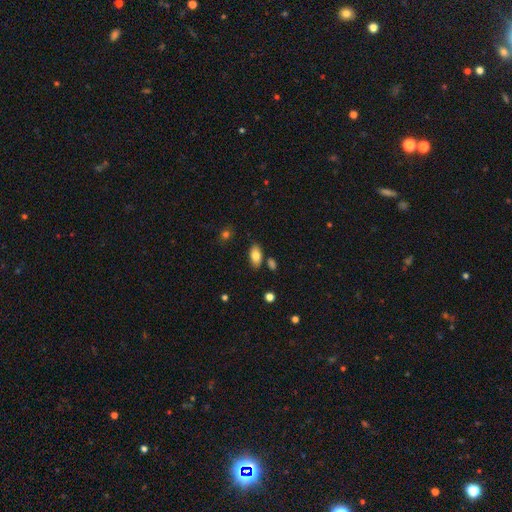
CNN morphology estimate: Smooth or featured? smooth (80%)
How rounded? in between (92%)
Merging? none (81%)